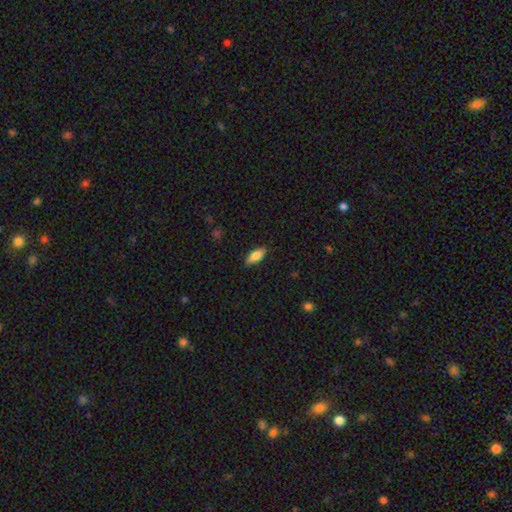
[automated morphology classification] Smooth or featured? Predicted: smooth (p=0.82). How rounded? Predicted: in between (p=0.79). Merging? Predicted: none (p=0.87).